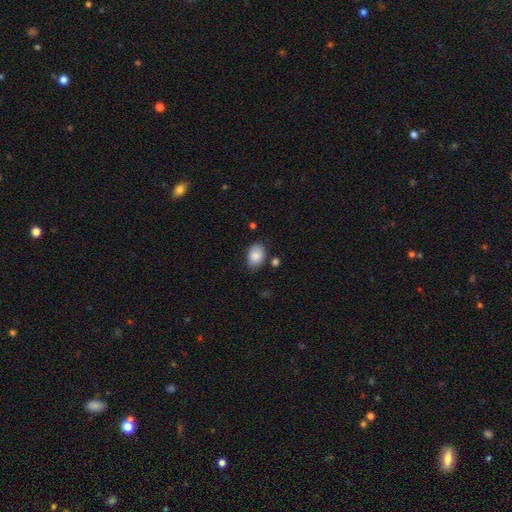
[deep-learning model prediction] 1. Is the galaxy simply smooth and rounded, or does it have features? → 86% smooth, 7% star or artifact, 7% featured or disk.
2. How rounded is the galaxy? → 84% in between, 15% round, 1% cigar-shaped.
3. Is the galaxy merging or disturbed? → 75% none, 18% minor disturbance, 4% merger, 4% major disturbance.